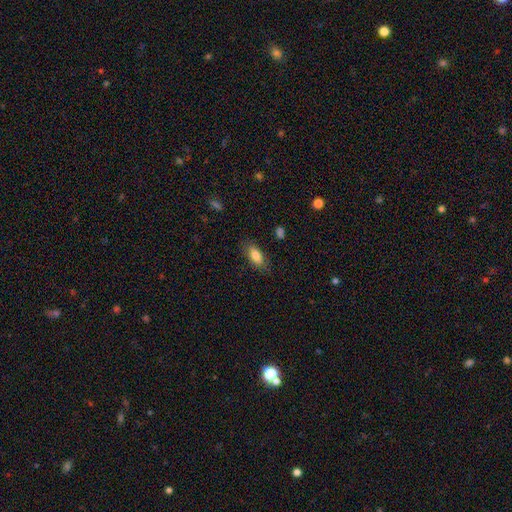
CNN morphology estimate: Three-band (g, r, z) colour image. It shows a smooth galaxy with no disk features (83%) that is in between round and cigar-shaped (84%). Merging: none (81%).